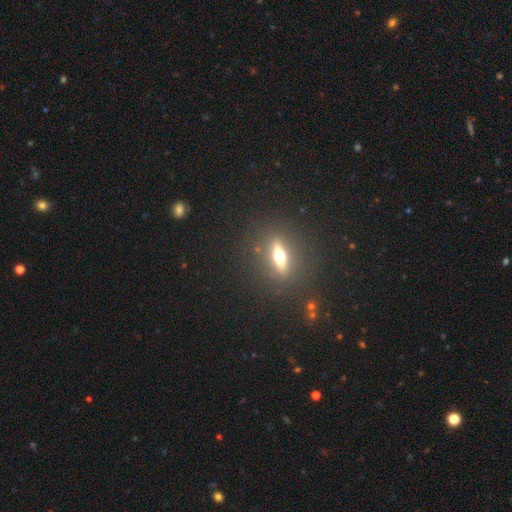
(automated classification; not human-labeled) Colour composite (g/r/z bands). It shows a smooth galaxy with no disk features (47%). Merging: none (85%).